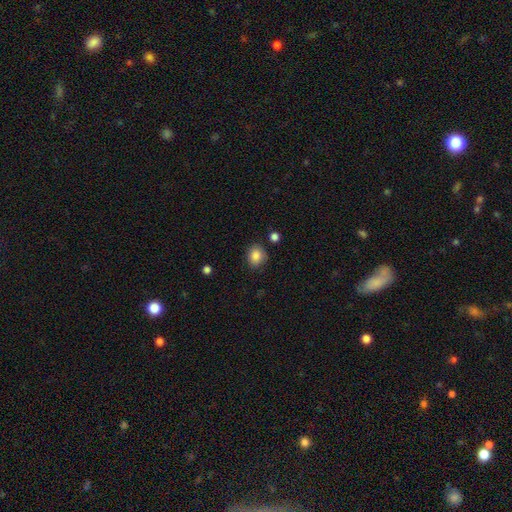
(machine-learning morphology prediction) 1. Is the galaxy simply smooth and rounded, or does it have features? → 86% smooth, 9% star or artifact, 5% featured or disk.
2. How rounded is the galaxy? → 71% round, 28% in between, 1% cigar-shaped.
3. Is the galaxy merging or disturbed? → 82% none, 12% minor disturbance, 3% major disturbance, 3% merger.